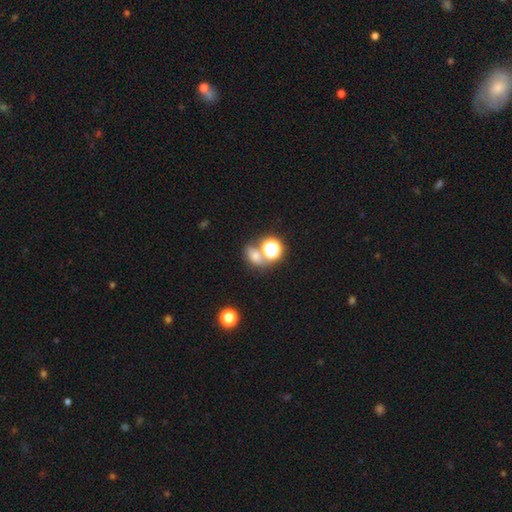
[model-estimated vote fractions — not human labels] smooth 63%, star or artifact 25%, featured or disk 12%. Down the decision tree: how rounded — in between (59%); merging — none (52%).